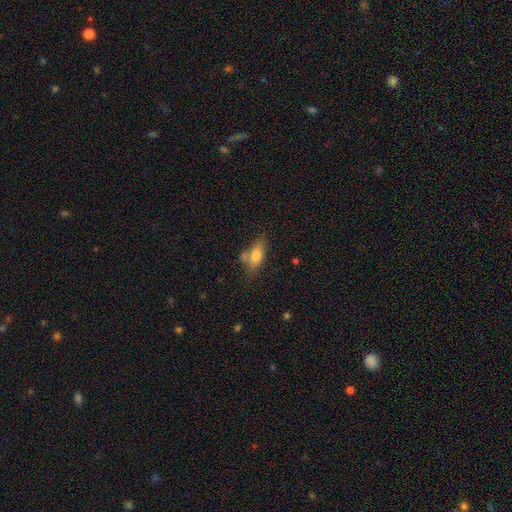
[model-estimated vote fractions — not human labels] smooth 75%, featured or disk 17%, star or artifact 9%. Down the decision tree: how rounded — in between (81%); merging — none (51%).